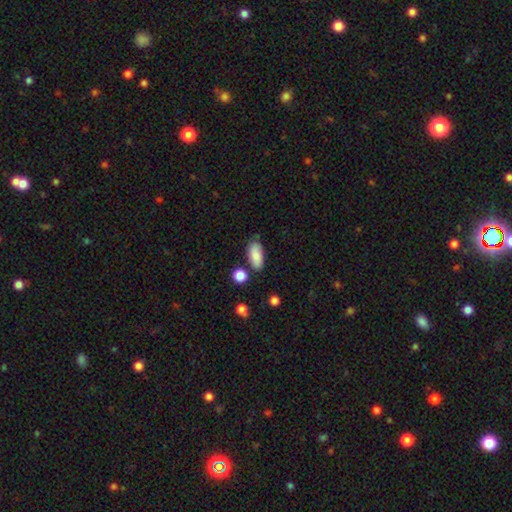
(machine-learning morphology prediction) This is clearly a smooth galaxy (82%). How rounded: clearly in between (89%). Merging: likely none (76%).